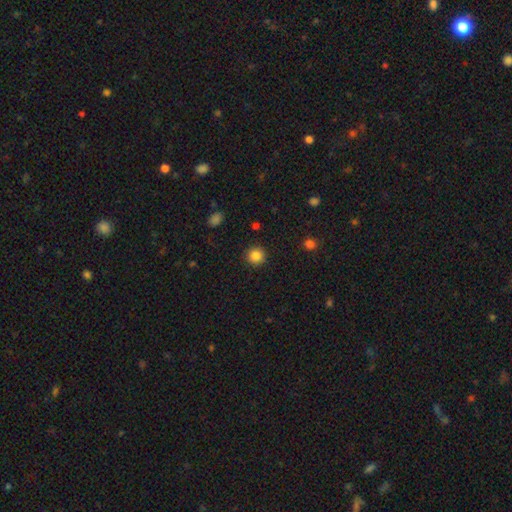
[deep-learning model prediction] Q: Smooth or featured?
A: smooth (85%); runner-up: star or artifact (11%)
Q: How rounded?
A: round (94%); runner-up: in between (5%)
Q: Merging?
A: none (92%); runner-up: minor disturbance (5%)